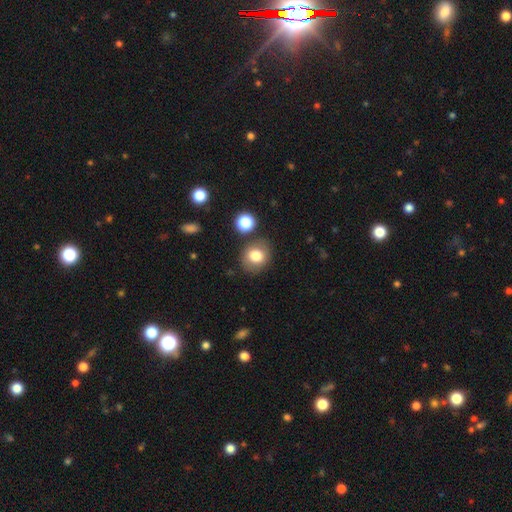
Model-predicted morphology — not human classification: The model was most divided on "how rounded": round: 71%, in between: 28%, cigar-shaped: 1%. More confident: merging — none (80%); smooth or featured — smooth (78%).